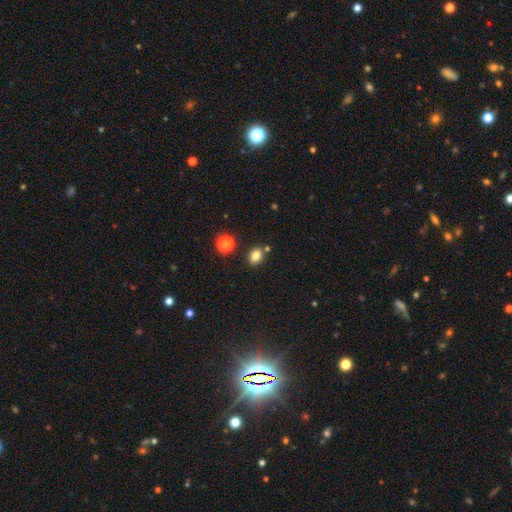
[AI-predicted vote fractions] Smooth or featured? smooth (80%)
How rounded? in between (56%)
Merging? none (77%)